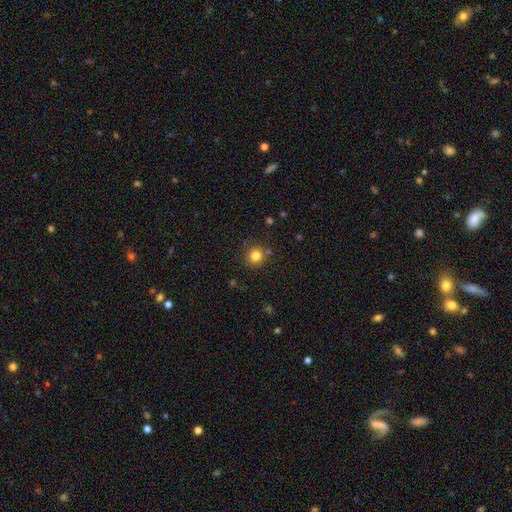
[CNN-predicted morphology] A smooth galaxy with no disk features (81%) that is round (92%). Merging: none (82%).